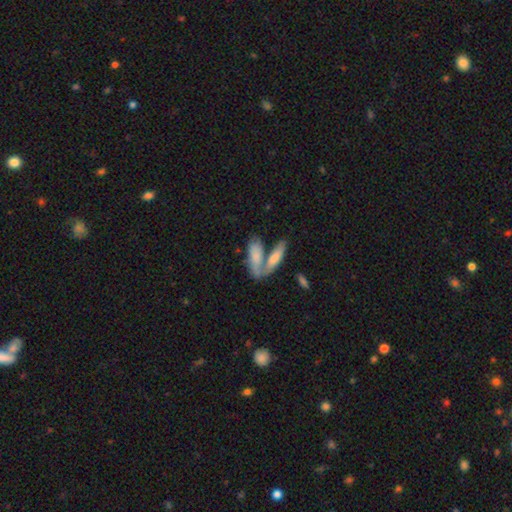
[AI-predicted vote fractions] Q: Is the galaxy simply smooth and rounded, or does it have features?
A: smooth — 68%.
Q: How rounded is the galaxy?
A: in between — 65%.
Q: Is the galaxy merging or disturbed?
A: merger — 55%.